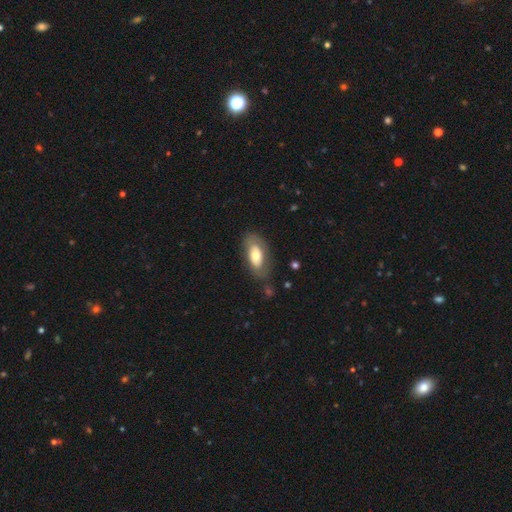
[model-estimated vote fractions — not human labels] smooth 61%, featured or disk 33%, star or artifact 6%. Down the decision tree: how rounded — in between (89%); merging — none (73%).